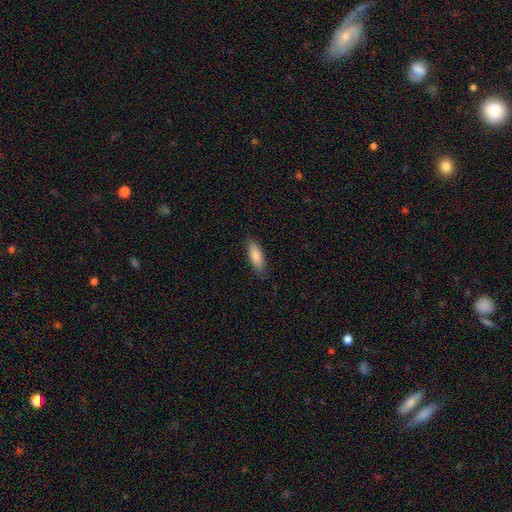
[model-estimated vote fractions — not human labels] Morphology: type=smooth (85%); roundness=in between (64%); merging=none (84%).